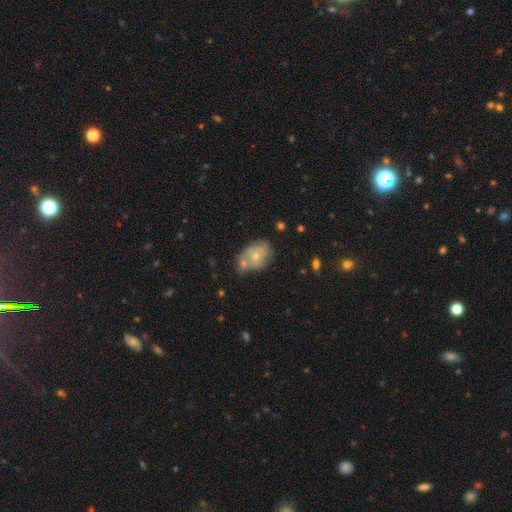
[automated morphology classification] This is possibly a featured or disk galaxy (50%). It is clearly not viewed edge-on (96%). Merging: marginally none (34%).